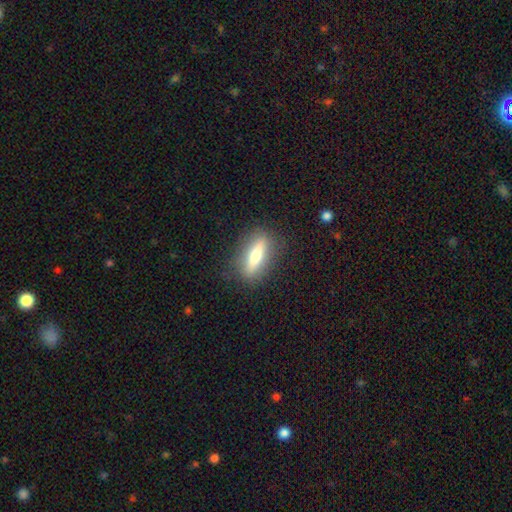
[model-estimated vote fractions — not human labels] This is possibly a smooth galaxy (48%). Merging: clearly none (86%).